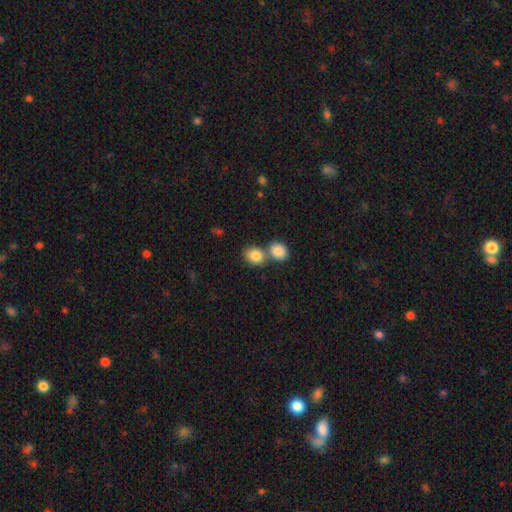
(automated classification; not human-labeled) This is clearly a smooth galaxy (84%). How rounded: possibly round (57%). Merging: possibly merger (48%).